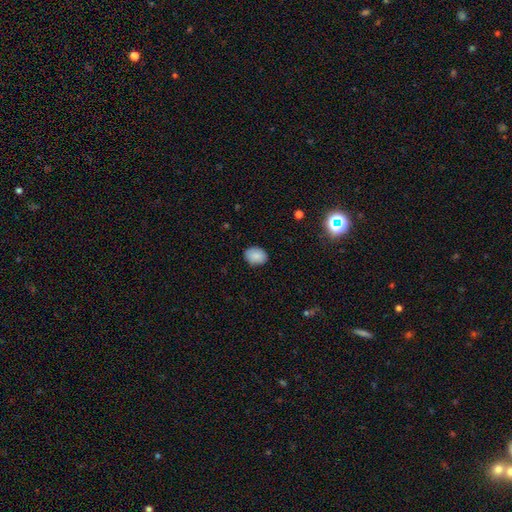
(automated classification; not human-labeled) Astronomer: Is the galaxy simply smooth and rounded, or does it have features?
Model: smooth — 88%.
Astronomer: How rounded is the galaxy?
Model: in between — 67%.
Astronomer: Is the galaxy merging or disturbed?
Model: none — 84%.